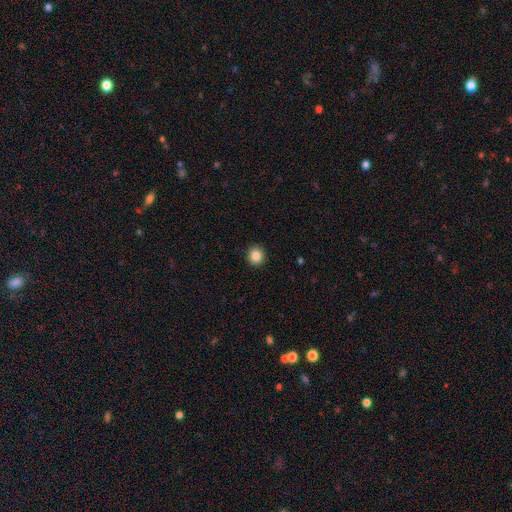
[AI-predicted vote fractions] Smooth or featured? smooth (86%)
How rounded? round (88%)
Merging? none (92%)